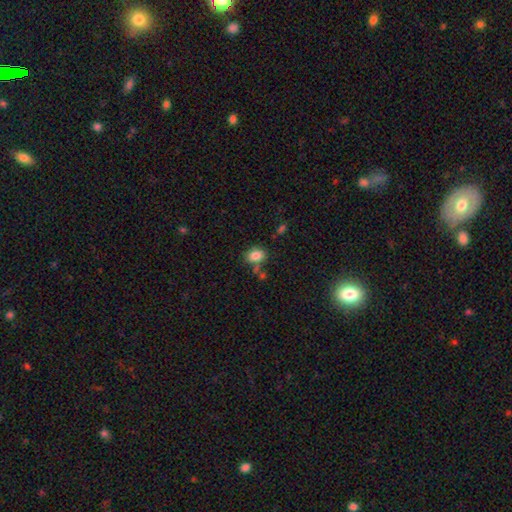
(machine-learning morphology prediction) Smooth or featured: smooth — 83% (star or artifact — 10%)
How rounded: in between — 72% (round — 27%)
Merging: none — 64% (minor disturbance — 17%)